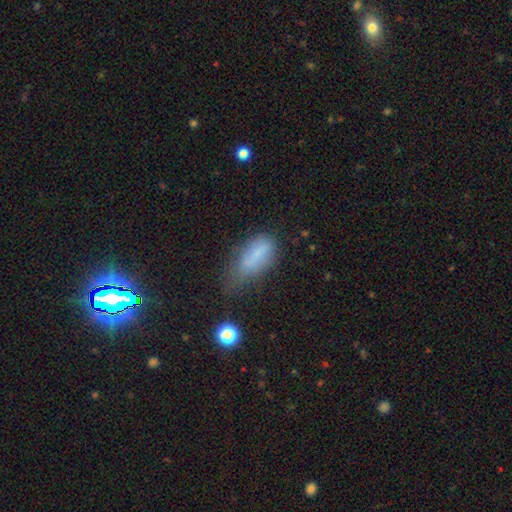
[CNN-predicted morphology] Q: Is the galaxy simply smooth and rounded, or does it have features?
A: smooth — 74%.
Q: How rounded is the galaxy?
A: in between — 73%.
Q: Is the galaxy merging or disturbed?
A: minor disturbance — 38%.